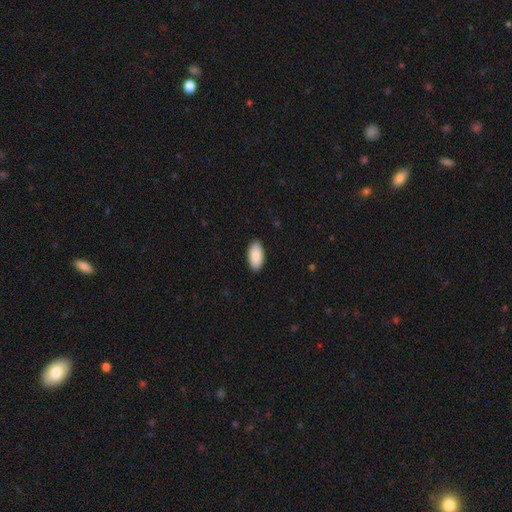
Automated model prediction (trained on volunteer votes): This is clearly a smooth galaxy (89%). How rounded: clearly in between (94%). Merging: clearly none (89%).